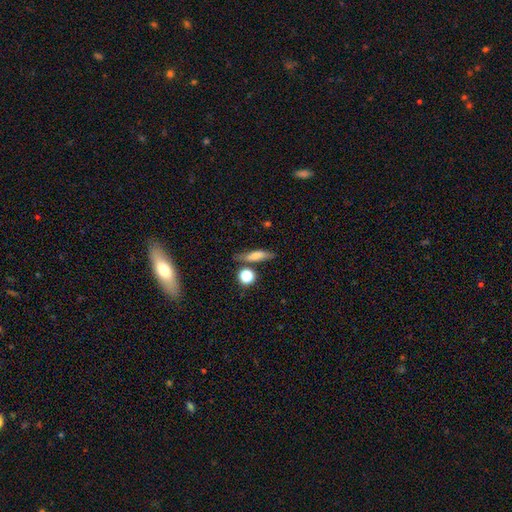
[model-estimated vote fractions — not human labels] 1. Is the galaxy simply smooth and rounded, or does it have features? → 69% smooth, 20% featured or disk, 10% star or artifact.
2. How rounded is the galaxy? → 61% cigar-shaped, 30% in between, 9% round.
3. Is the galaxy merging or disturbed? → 71% none, 15% minor disturbance, 9% merger, 5% major disturbance.